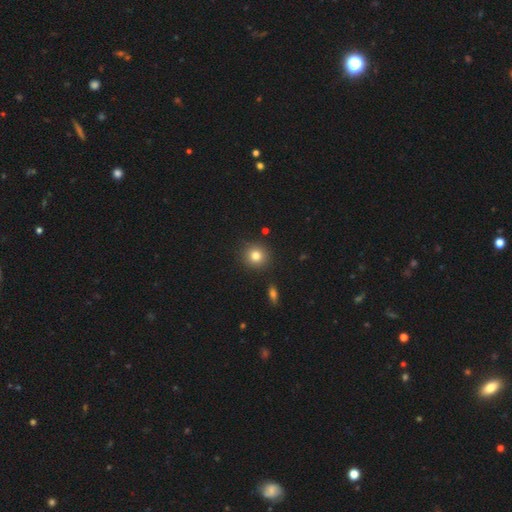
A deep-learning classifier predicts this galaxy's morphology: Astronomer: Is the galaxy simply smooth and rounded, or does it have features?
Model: smooth — 81%.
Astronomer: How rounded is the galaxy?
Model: round — 91%.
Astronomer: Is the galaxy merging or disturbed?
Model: none — 89%.